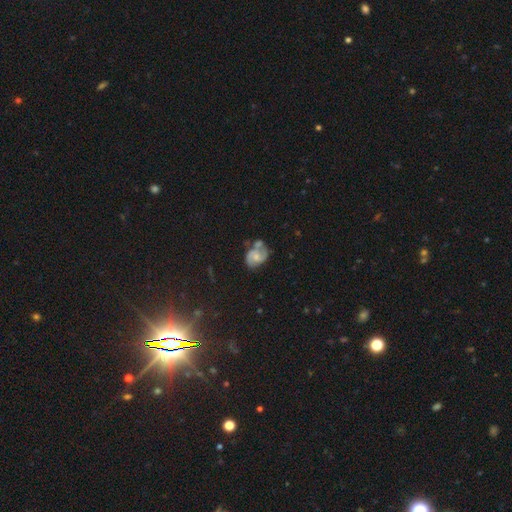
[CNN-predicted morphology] Smooth or featured? Predicted: featured or disk (p=0.72). Edge-on disk? Predicted: no (p=0.98). Bar? Predicted: no (p=0.55). Spiral arms? Predicted: yes (p=0.92). Spiral winding? Predicted: medium (p=0.52). Spiral arm count? Predicted: 2 (p=0.86). Bulge size? Predicted: moderate (p=0.41, tied with small). Merging? Predicted: none (p=0.49).